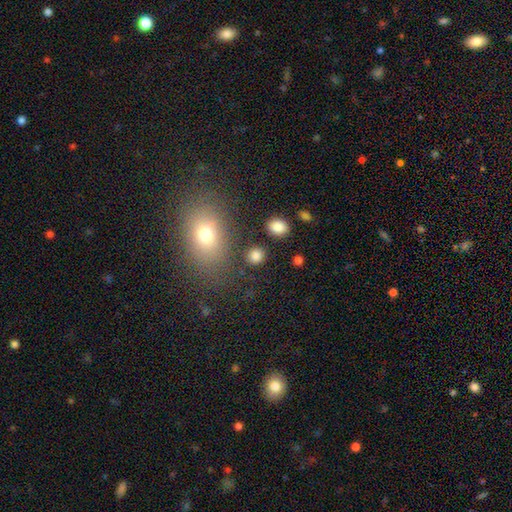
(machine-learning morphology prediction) Smooth or featured: smooth — 84% (star or artifact — 11%)
How rounded: round — 82% (in between — 17%)
Merging: none — 85% (minor disturbance — 7%)